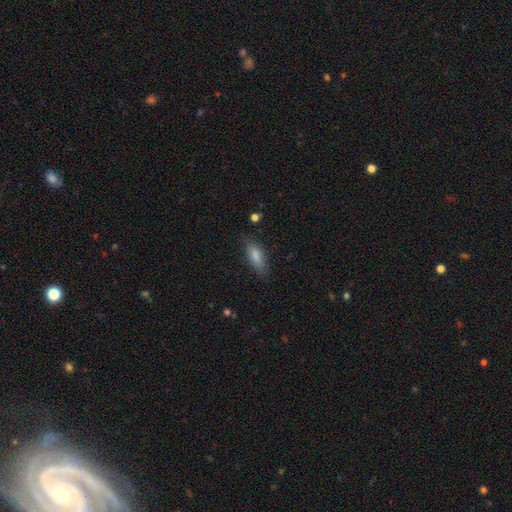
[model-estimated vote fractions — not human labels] A smooth galaxy with no disk features (82%) that is in between round and cigar-shaped (69%).

Vote fractions:
- Smooth or featured? smooth: 82% / featured or disk: 11% / star or artifact: 7%
- How rounded? in between: 69% / cigar-shaped: 29% / round: 2%
- Merging? none: 78% / minor disturbance: 16% / major disturbance: 4% / merger: 2%